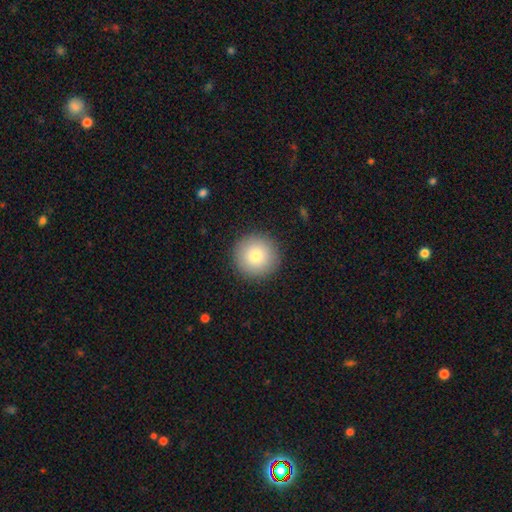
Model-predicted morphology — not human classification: A smooth galaxy with no disk features (81%) that is round (96%). Merging: none (92%).